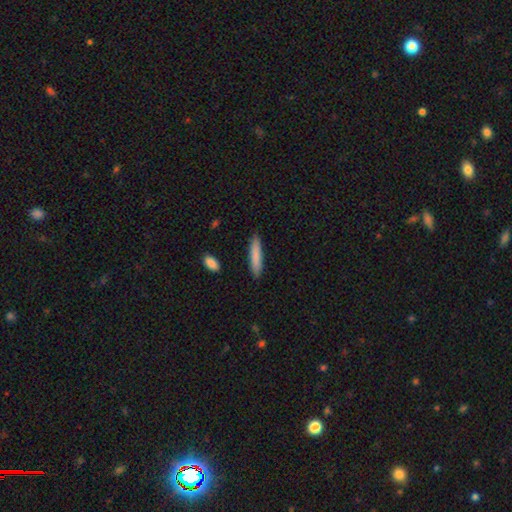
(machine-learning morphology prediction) type=smooth (84%); roundness=cigar-shaped (87%); merging=none (90%).